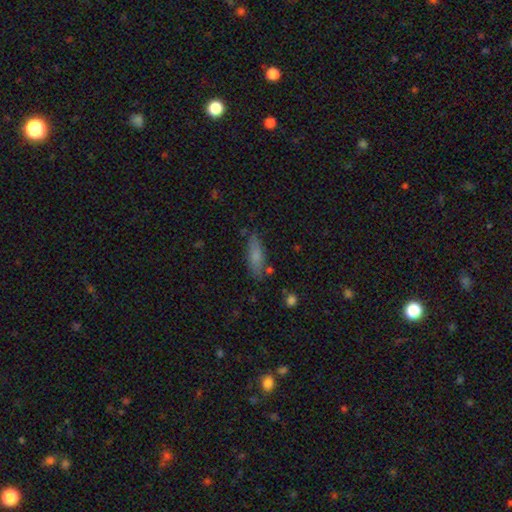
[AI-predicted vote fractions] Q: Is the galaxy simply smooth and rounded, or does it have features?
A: smooth — 78%.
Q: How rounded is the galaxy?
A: in between — 50%.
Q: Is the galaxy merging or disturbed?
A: none — 76%.